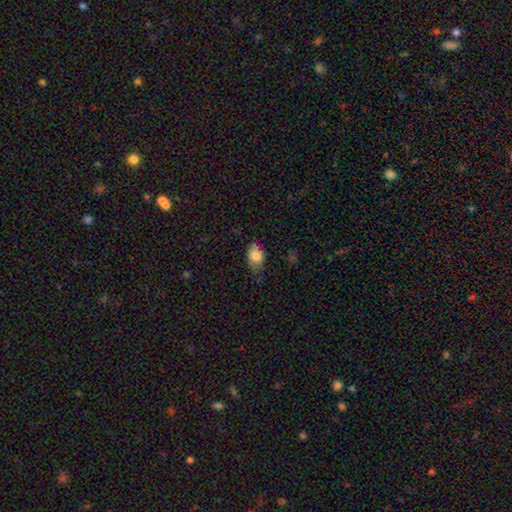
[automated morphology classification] This appears to be a smooth galaxy with no disk features (83%) that is in between round and cigar-shaped (84%). Merging: none (56%).